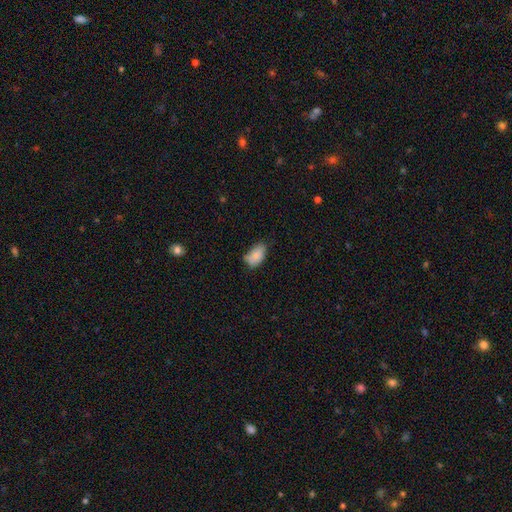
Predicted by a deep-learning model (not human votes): Smooth or featured: smooth — 85% (star or artifact — 7%)
How rounded: in between — 93% (round — 5%)
Merging: none — 56% (minor disturbance — 35%)